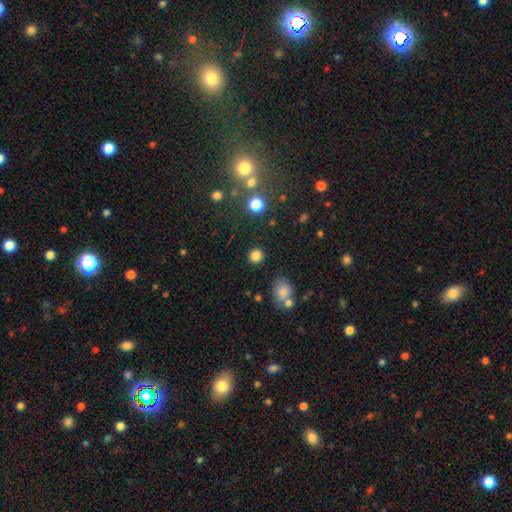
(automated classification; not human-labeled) The model was most divided on "smooth or featured": smooth: 83%, star or artifact: 13%, featured or disk: 4%. More confident: how rounded — round (91%); merging — none (89%).